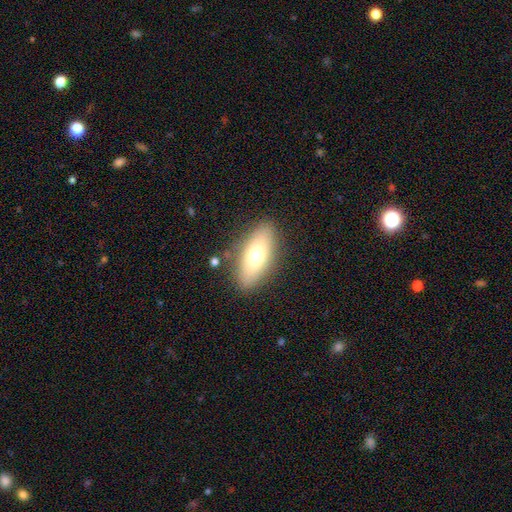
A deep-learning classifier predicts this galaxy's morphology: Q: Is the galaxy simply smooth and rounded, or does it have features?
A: smooth — 69%.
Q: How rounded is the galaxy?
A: in between — 80%.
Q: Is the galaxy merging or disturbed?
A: none — 84%.